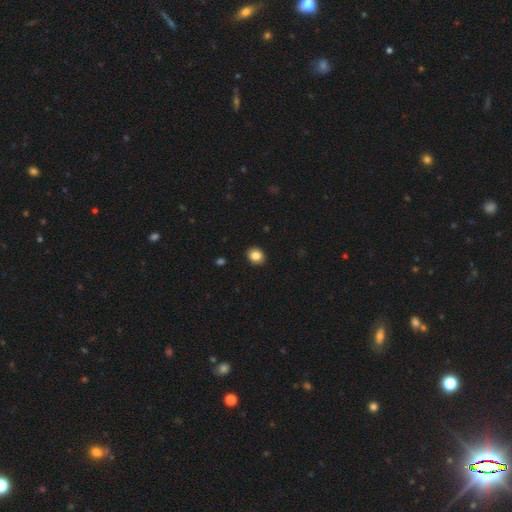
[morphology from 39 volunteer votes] Overall: smooth (90%). How rounded: round (91%). Merging: none (97%).